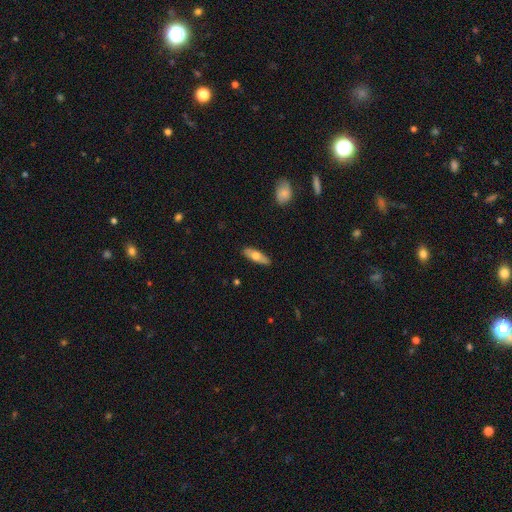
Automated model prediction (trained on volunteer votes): smooth-or-featured: smooth: 63% | featured or disk: 32% | star or artifact: 6%
  how-rounded: in between: 56% | cigar-shaped: 41% | round: 3%
  merging: none: 88% | minor disturbance: 9% | major disturbance: 2% | merger: 1%